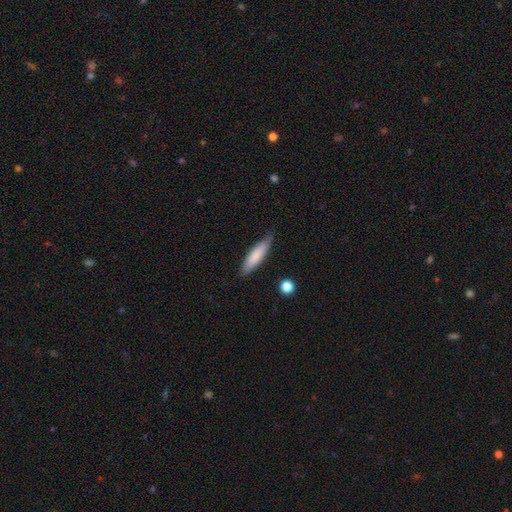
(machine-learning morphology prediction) Smooth or featured? smooth (80%)
How rounded? cigar-shaped (72%)
Merging? none (80%)